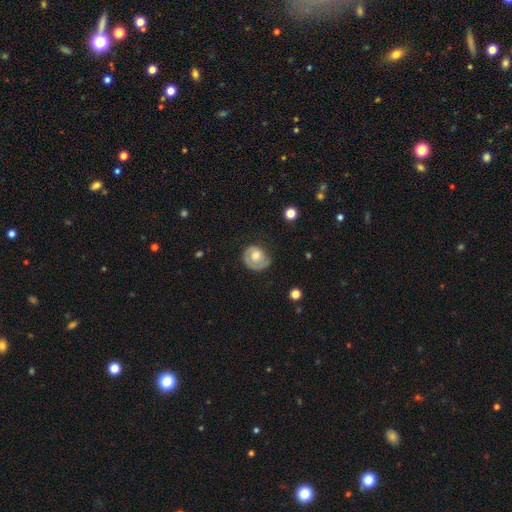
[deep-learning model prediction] Q: Smooth or featured?
A: featured or disk (54%); runner-up: smooth (39%)
Q: Edge-on disk?
A: no (97%); runner-up: yes (3%)
Q: Bar?
A: no (79%); runner-up: weak (18%)
Q: Spiral arms?
A: yes (73%); runner-up: no (27%)
Q: Bulge size?
A: moderate (61%); runner-up: small (18%)
Q: Merging?
A: none (57%); runner-up: minor disturbance (27%)